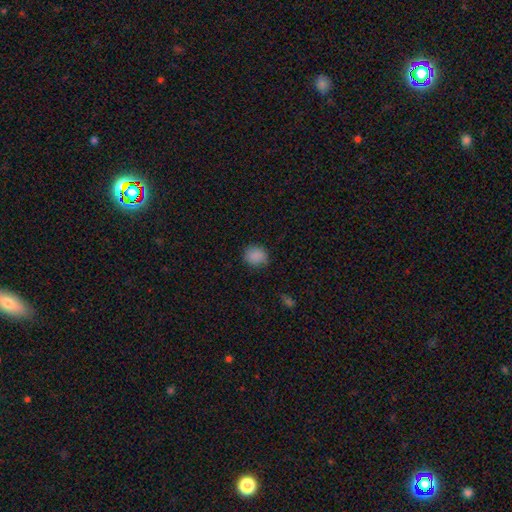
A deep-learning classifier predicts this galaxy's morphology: A smooth galaxy with no disk features (87%) that is round (77%). Merging: none (83%).